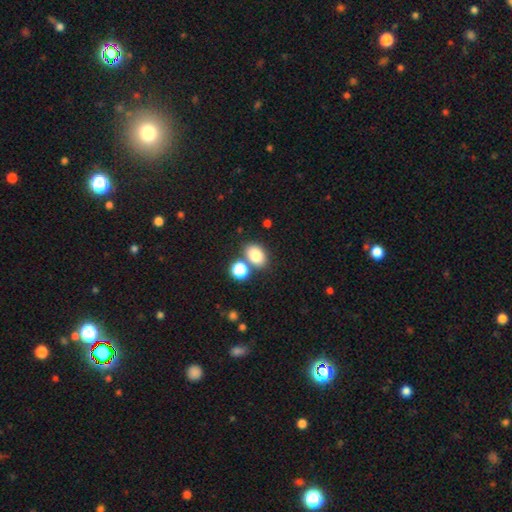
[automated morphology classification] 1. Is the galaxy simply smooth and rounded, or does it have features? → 81% smooth, 11% star or artifact, 7% featured or disk.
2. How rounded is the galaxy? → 71% in between, 28% round, 1% cigar-shaped.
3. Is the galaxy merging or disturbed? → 66% none, 20% merger, 11% minor disturbance, 3% major disturbance.